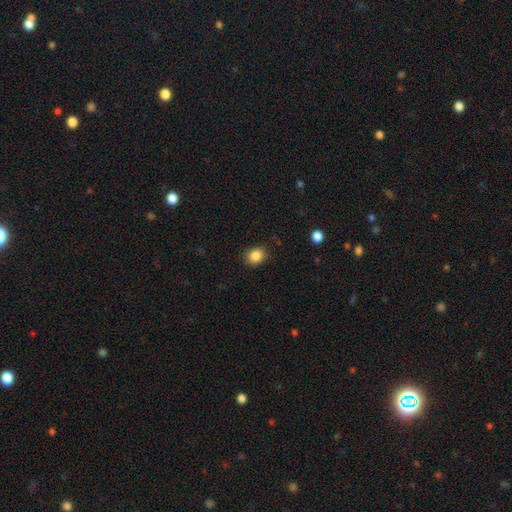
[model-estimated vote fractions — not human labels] Q: Smooth or featured?
A: smooth (86%); runner-up: star or artifact (10%)
Q: How rounded?
A: round (55%); runner-up: in between (44%)
Q: Merging?
A: none (87%); runner-up: minor disturbance (10%)